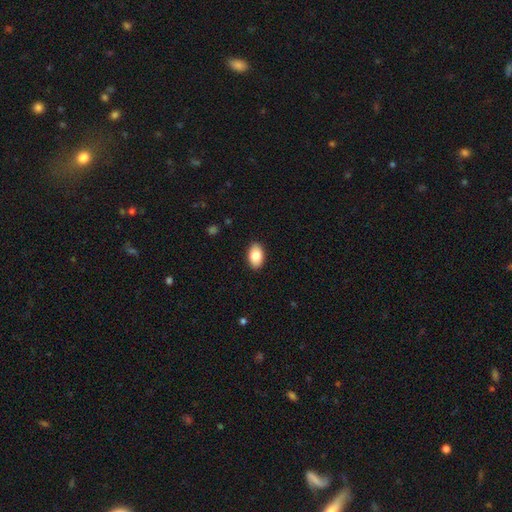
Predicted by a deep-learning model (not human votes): Smooth or featured?
  - smooth: 84% *
  - featured or disk: 9%
  - star or artifact: 7%
How rounded?
  - in between: 92% *
  - round: 6%
  - cigar-shaped: 1%
Merging?
  - none: 90% *
  - minor disturbance: 7%
  - major disturbance: 2%
  - merger: 1%